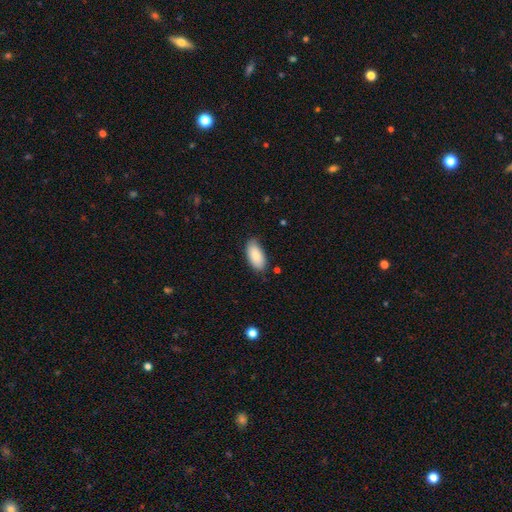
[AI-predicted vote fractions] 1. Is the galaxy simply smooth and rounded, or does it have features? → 86% smooth, 7% featured or disk, 6% star or artifact.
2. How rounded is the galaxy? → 93% in between, 5% cigar-shaped, 2% round.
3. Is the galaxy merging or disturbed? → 77% none, 18% minor disturbance, 3% major disturbance, 1% merger.